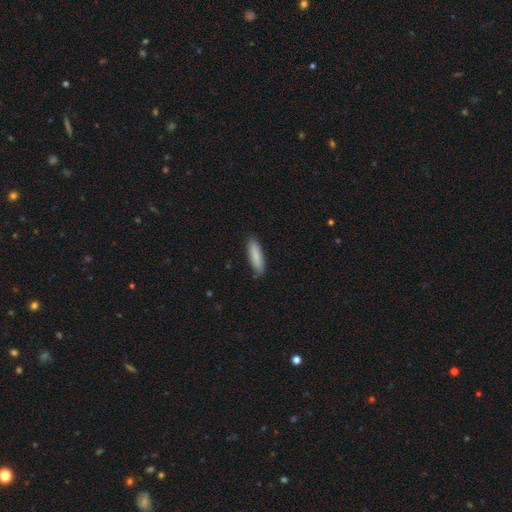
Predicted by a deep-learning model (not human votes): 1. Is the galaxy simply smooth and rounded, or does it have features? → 87% smooth, 8% featured or disk, 6% star or artifact.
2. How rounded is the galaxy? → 64% cigar-shaped, 35% in between, 1% round.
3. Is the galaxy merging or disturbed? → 86% none, 11% minor disturbance, 2% major disturbance, 1% merger.